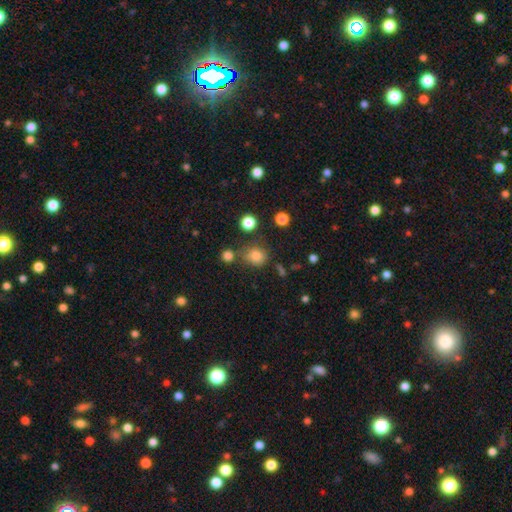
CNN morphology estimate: type=smooth (79%); roundness=round (77%); merging=none (67%).